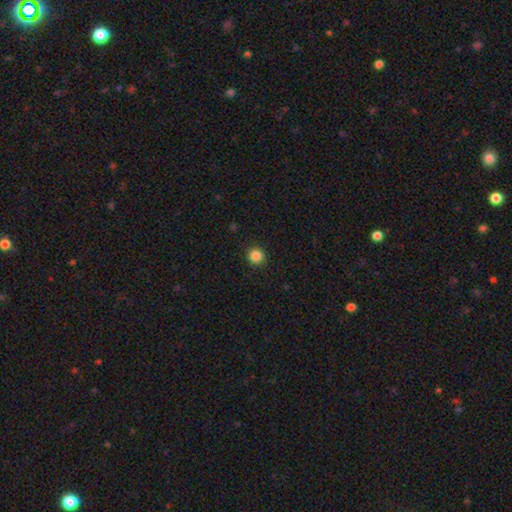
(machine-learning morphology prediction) Smooth or featured: smooth — 86% (star or artifact — 11%)
How rounded: round — 94% (in between — 5%)
Merging: none — 92% (minor disturbance — 5%)